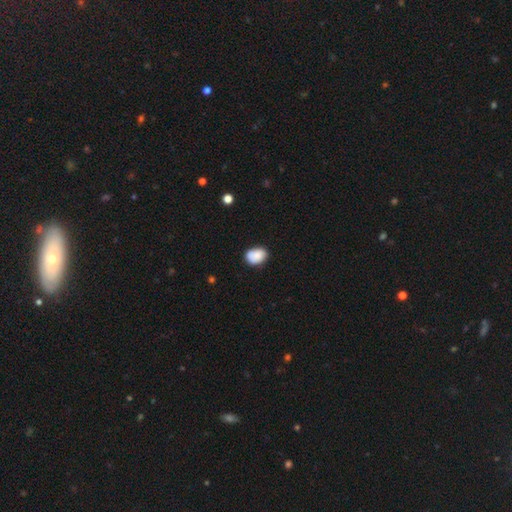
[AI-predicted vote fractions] smooth-or-featured: smooth: 86% | star or artifact: 8% | featured or disk: 6%
  how-rounded: in between: 75% | round: 24% | cigar-shaped: 1%
  merging: none: 70% | minor disturbance: 23% | major disturbance: 4% | merger: 3%